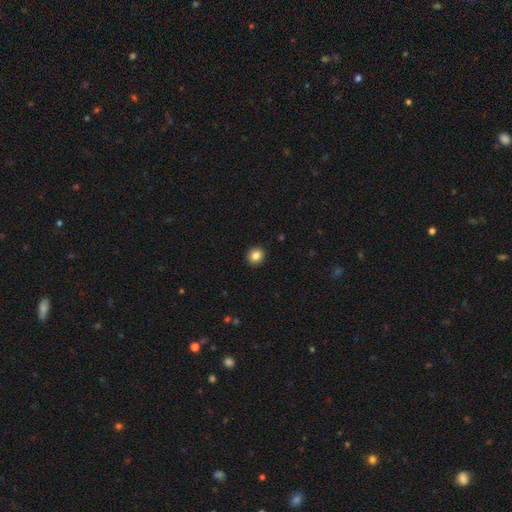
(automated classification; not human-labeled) A smooth galaxy with no disk features (84%) that is round (80%).

Vote fractions:
- Smooth or featured? smooth: 84% / star or artifact: 10% / featured or disk: 6%
- How rounded? round: 80% / in between: 19% / cigar-shaped: 1%
- Merging? none: 92% / minor disturbance: 5% / major disturbance: 2% / merger: 1%